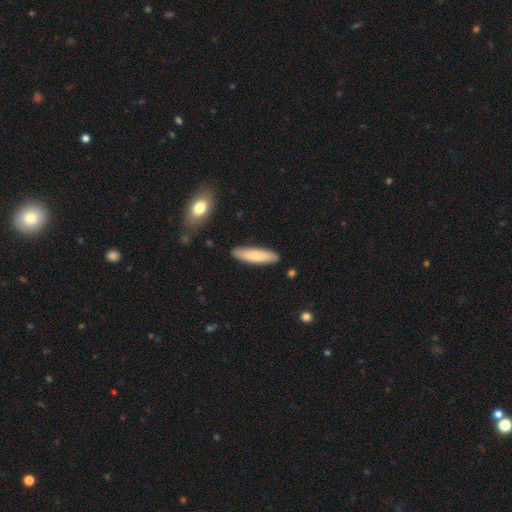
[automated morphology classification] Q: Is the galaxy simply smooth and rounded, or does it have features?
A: smooth — 81%.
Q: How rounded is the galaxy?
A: cigar-shaped — 74%.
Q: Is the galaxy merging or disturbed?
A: none — 87%.